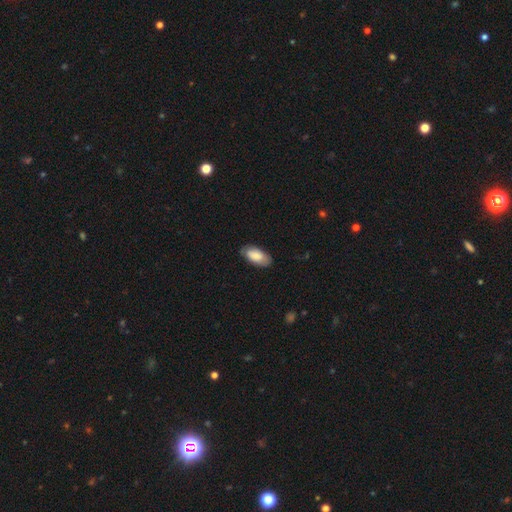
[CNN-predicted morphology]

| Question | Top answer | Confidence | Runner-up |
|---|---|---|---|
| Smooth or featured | smooth | 81% | featured or disk (13%) |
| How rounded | in between | 92% | cigar-shaped (6%) |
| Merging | none | 80% | minor disturbance (16%) |